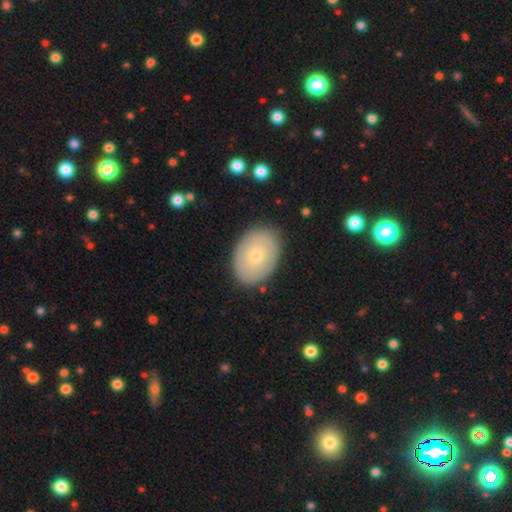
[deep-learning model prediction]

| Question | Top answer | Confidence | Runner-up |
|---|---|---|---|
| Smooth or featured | smooth | 60% | featured or disk (34%) |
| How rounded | in between | 80% | round (19%) |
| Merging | none | 86% | minor disturbance (11%) |